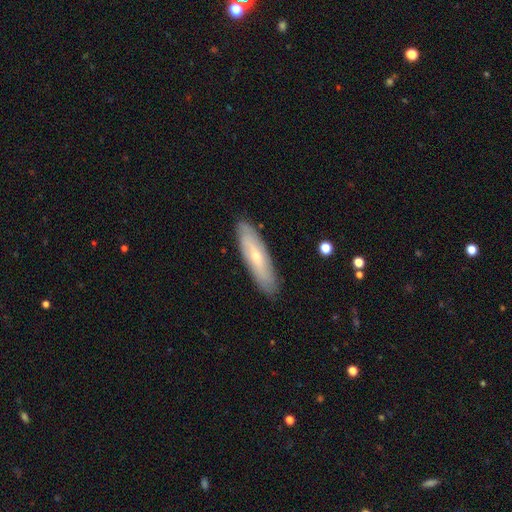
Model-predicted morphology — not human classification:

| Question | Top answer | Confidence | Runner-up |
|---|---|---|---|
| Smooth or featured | smooth | 49% | featured or disk (45%) |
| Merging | none | 87% | minor disturbance (10%) |